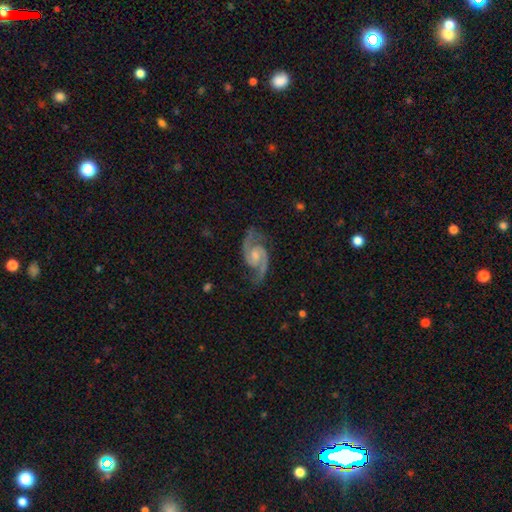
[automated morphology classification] Smooth or featured? Predicted: featured or disk (p=0.93). Edge-on disk? Predicted: no (p=0.98). Bar? Predicted: no (p=0.46). Spiral arms? Predicted: yes (p=0.99). Spiral winding? Predicted: medium (p=0.64). Spiral arm count? Predicted: 2 (p=0.94). Bulge size? Predicted: small (p=0.43). Merging? Predicted: none (p=0.81).